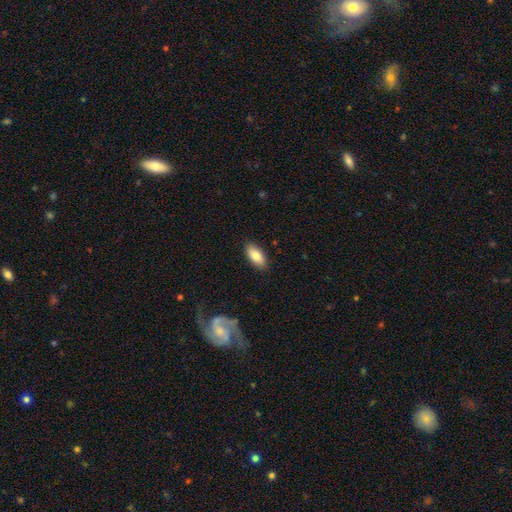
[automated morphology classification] smooth-or-featured: smooth: 81% | featured or disk: 13% | star or artifact: 6%
  how-rounded: in between: 89% | cigar-shaped: 9% | round: 2%
  merging: none: 88% | minor disturbance: 9% | major disturbance: 2% | merger: 1%